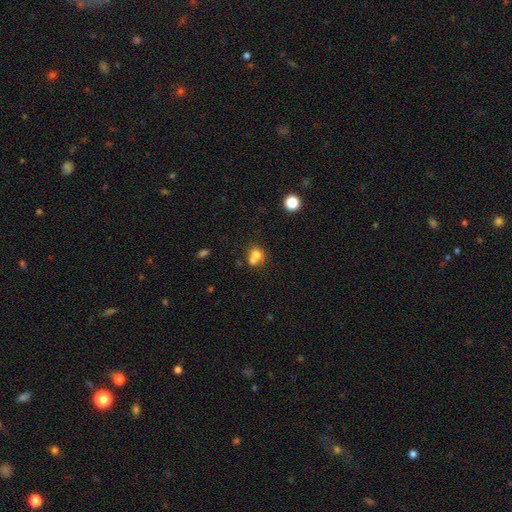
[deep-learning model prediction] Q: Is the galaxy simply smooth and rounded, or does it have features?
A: smooth — 70%.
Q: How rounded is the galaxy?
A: round — 72%.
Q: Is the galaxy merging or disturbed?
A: merger — 52%.